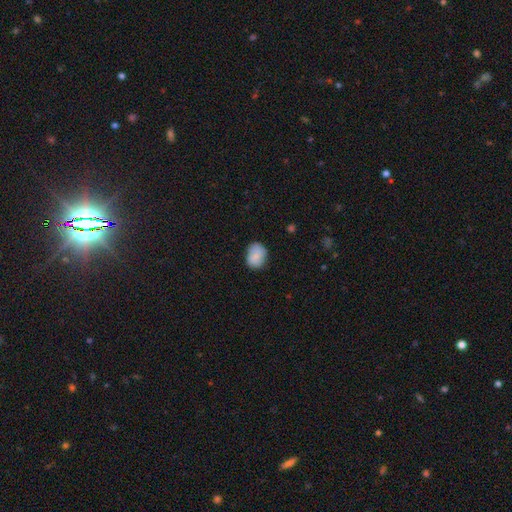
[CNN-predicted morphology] The model was most divided on "how rounded": in between: 55%, round: 44%, cigar-shaped: 1%. More confident: smooth or featured — smooth (82%); merging — none (75%).